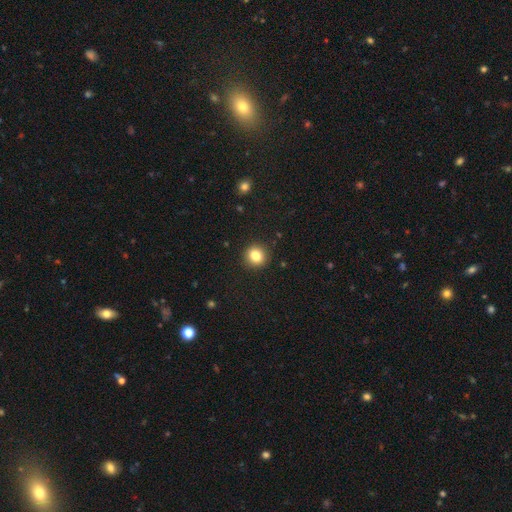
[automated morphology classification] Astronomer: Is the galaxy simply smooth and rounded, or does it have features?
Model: smooth — 82%.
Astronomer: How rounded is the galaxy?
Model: round — 90%.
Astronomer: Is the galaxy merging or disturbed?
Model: none — 92%.